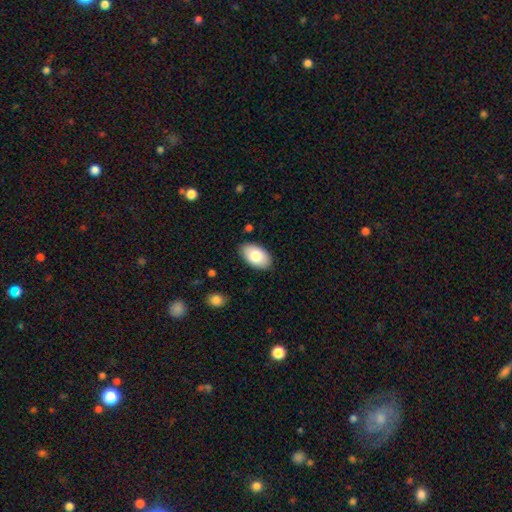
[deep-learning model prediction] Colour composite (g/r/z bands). It shows a smooth galaxy with no disk features (80%) that is in between round and cigar-shaped (94%). Merging: none (86%).